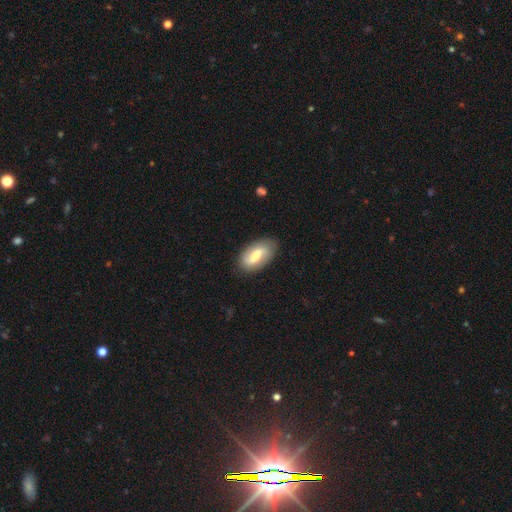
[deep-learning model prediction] This appears to be a smooth galaxy with no disk features (52%) that is in between round and cigar-shaped (92%). Merging: none (84%).